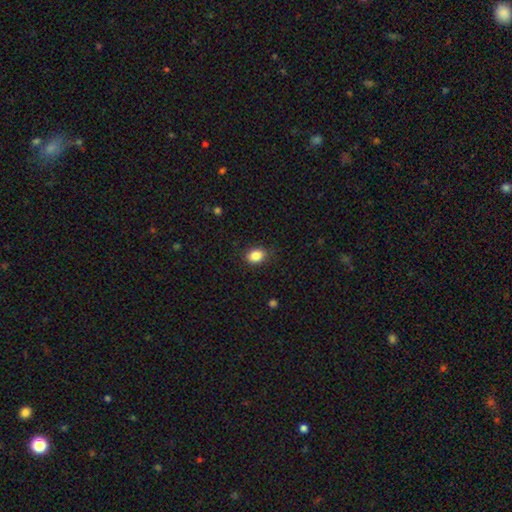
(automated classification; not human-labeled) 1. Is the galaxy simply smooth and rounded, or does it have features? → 86% smooth, 9% star or artifact, 5% featured or disk.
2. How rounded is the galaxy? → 72% in between, 27% round, 1% cigar-shaped.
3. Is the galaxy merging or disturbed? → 83% none, 13% minor disturbance, 3% major disturbance, 1% merger.